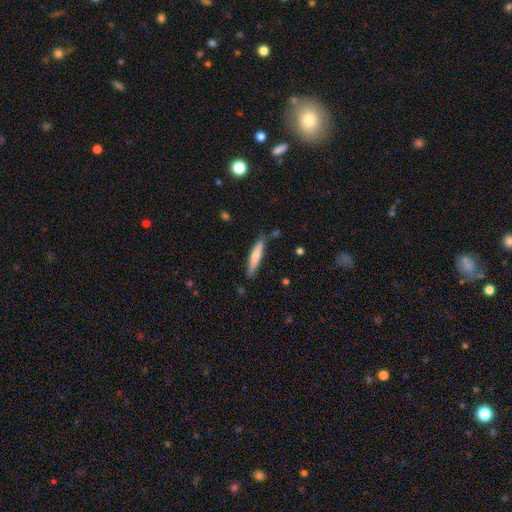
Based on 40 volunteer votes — smooth 72%, featured or disk 20%, star or artifact 8%. Down the decision tree: how rounded — cigar-shaped (93%); merging — none (70%).